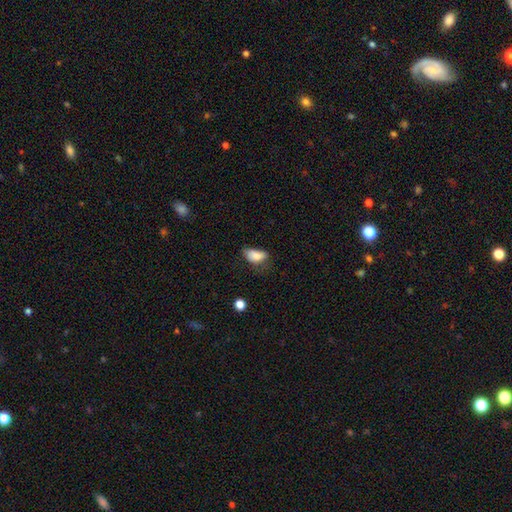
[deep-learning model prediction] smooth-or-featured: smooth: 82% | featured or disk: 9% | star or artifact: 8%
  how-rounded: in between: 90% | round: 6% | cigar-shaped: 4%
  merging: minor disturbance: 40% | none: 36% | major disturbance: 22% | merger: 3%